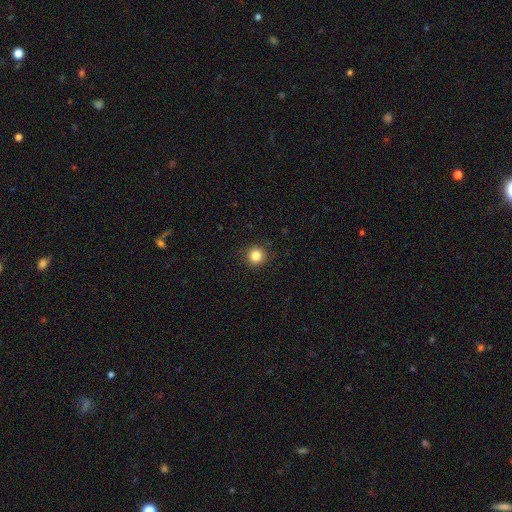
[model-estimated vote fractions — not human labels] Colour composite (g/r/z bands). It shows a smooth galaxy with no disk features (84%) that is round (94%). Merging: none (91%).